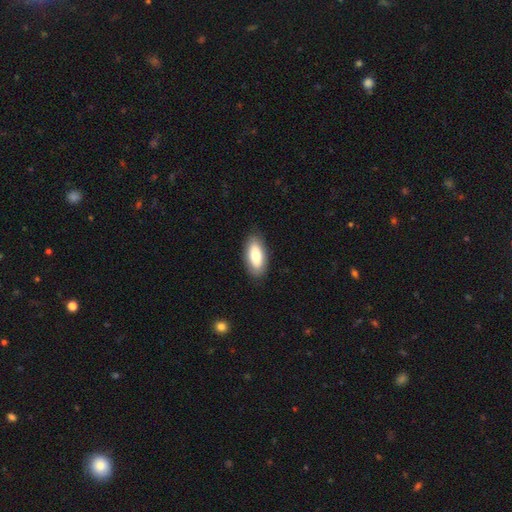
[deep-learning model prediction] smooth-or-featured: smooth: 78% | featured or disk: 16% | star or artifact: 6%
  how-rounded: in between: 88% | cigar-shaped: 9% | round: 2%
  merging: none: 86% | minor disturbance: 10% | major disturbance: 3% | merger: 1%